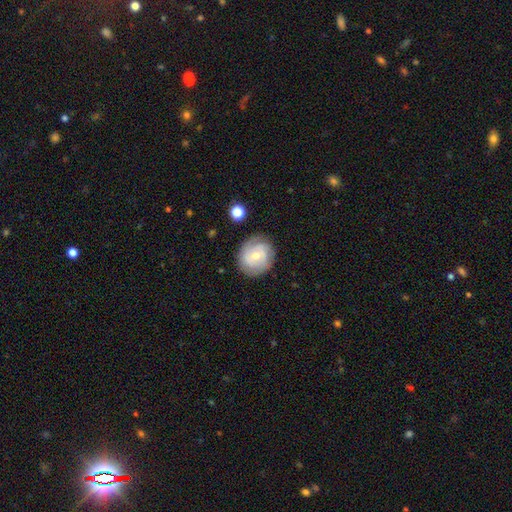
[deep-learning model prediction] This appears to be a featured or disk galaxy (57%) with no bar (63%), spiral arms (81%) and a small central bulge (51%). Merging: none (77%).